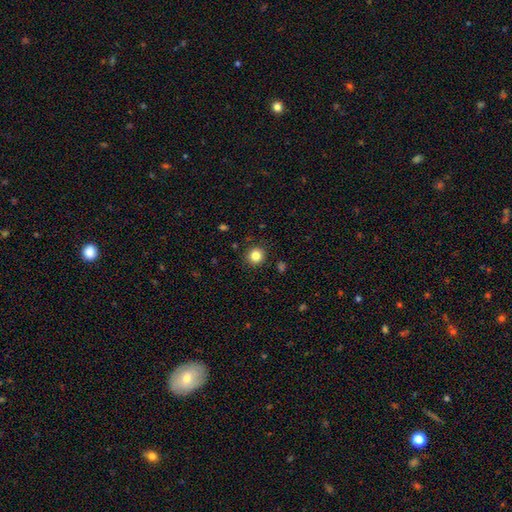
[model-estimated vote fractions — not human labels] A smooth galaxy with no disk features (84%) that is round (92%). Merging: none (91%).